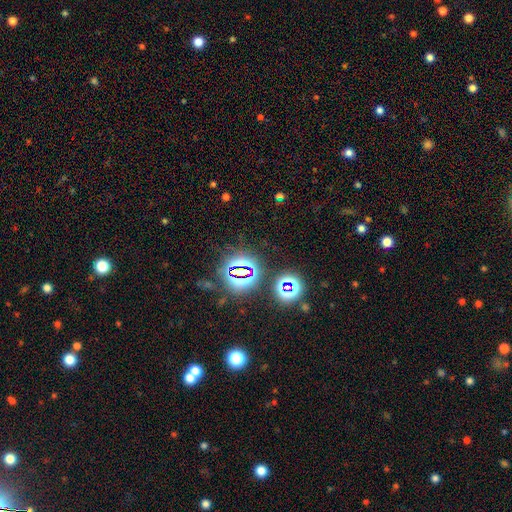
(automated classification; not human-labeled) The model was most divided on "smooth or featured": star or artifact: 81%, smooth: 11%, featured or disk: 7%.